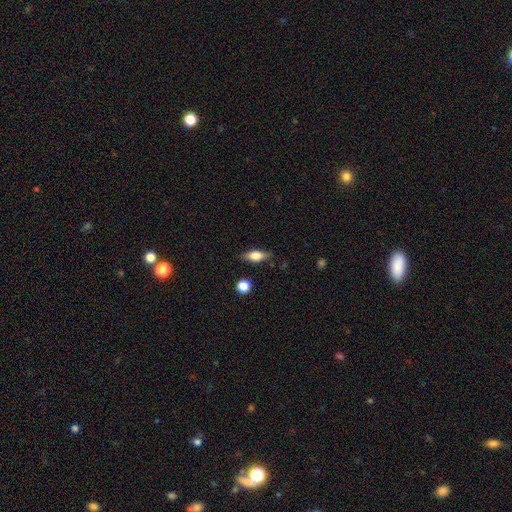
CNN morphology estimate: A smooth galaxy with no disk features (62%) that is in between round and cigar-shaped (70%).

Vote fractions:
- Smooth or featured? smooth: 62% / featured or disk: 29% / star or artifact: 9%
- How rounded? in between: 70% / cigar-shaped: 22% / round: 8%
- Merging? none: 80% / minor disturbance: 14% / major disturbance: 4% / merger: 2%